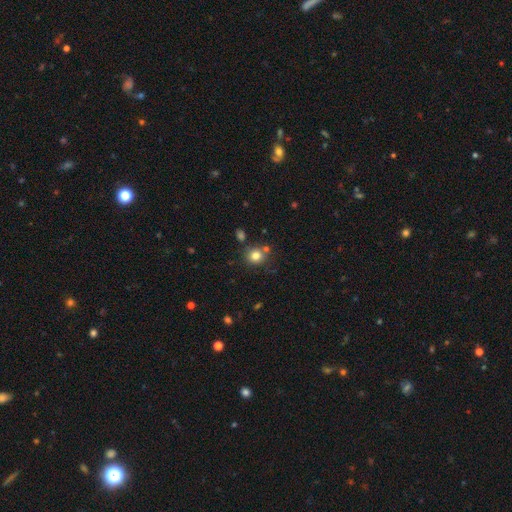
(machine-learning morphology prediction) Overall: smooth (80%). How rounded: round (87%). Merging: none (75%).